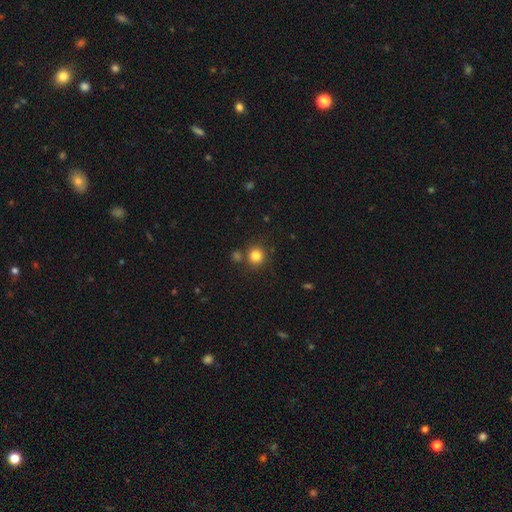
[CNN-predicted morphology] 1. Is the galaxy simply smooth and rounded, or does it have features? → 83% smooth, 12% star or artifact, 5% featured or disk.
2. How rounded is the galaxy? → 92% round, 7% in between, 1% cigar-shaped.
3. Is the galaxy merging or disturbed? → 80% none, 9% merger, 8% minor disturbance, 3% major disturbance.